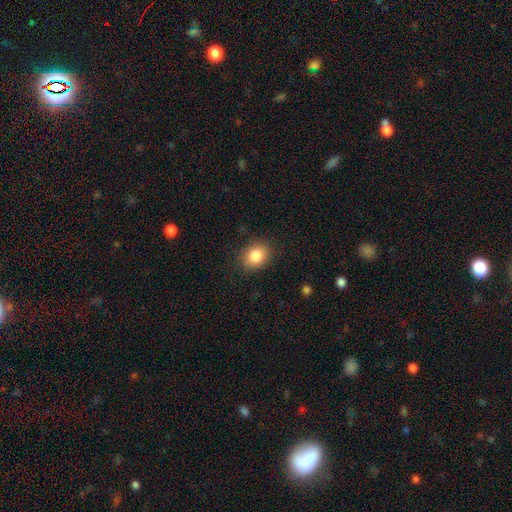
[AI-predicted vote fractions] Q: Smooth or featured?
A: smooth (85%); runner-up: star or artifact (9%)
Q: How rounded?
A: in between (57%); runner-up: round (42%)
Q: Merging?
A: none (86%); runner-up: minor disturbance (10%)